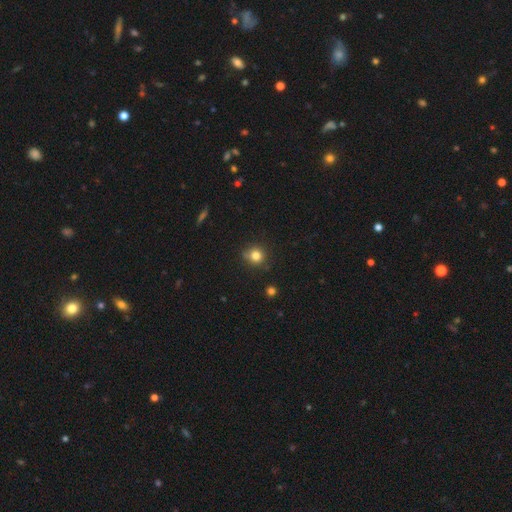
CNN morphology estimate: Smooth or featured: smooth — 80% (star or artifact — 13%)
How rounded: round — 89% (in between — 10%)
Merging: none — 76% (minor disturbance — 17%)